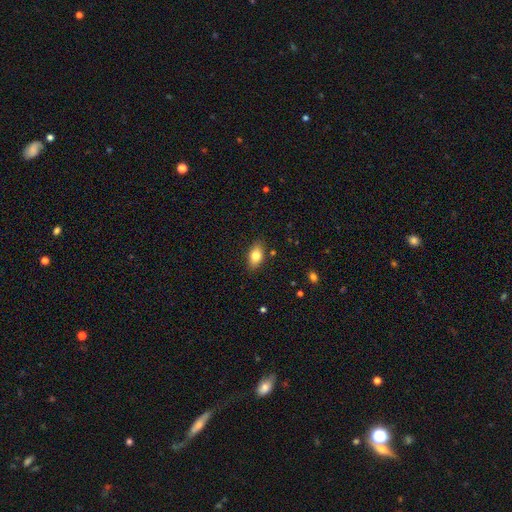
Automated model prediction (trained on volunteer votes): A smooth galaxy with no disk features (79%) that is in between round and cigar-shaped (89%). Merging: none (85%).